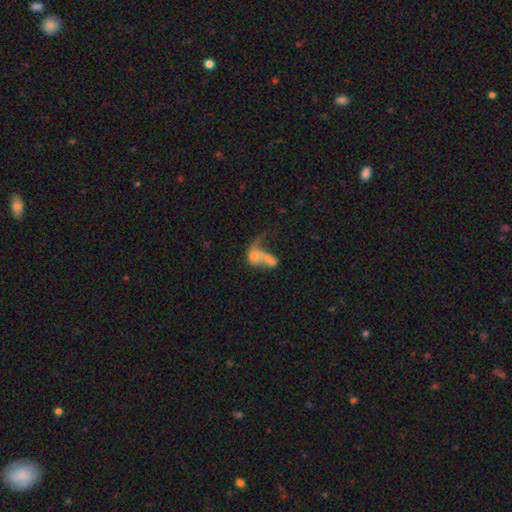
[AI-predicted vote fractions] Smooth or featured? smooth (55%)
How rounded? in between (67%)
Merging? merger (63%)